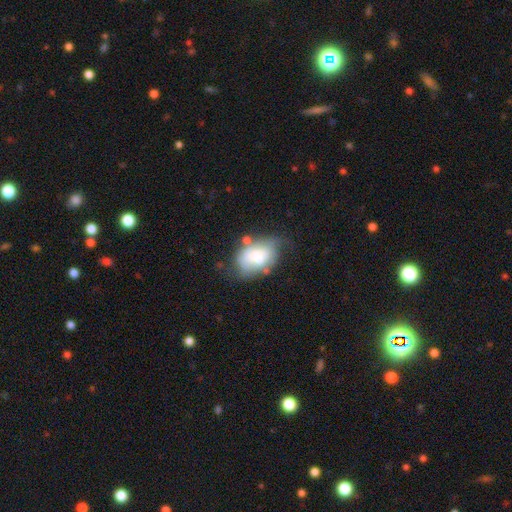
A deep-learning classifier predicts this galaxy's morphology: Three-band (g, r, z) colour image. It shows a smooth galaxy with no disk features (52%) that is in between round and cigar-shaped (83%). Merging: none (33%).